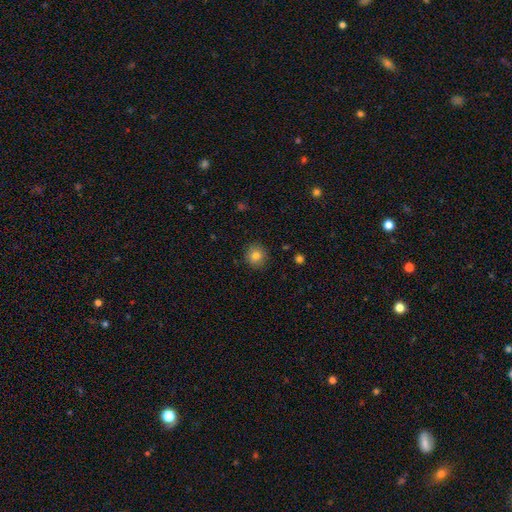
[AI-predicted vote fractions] This appears to be a smooth galaxy with no disk features (82%) that is round (90%). Merging: none (89%).